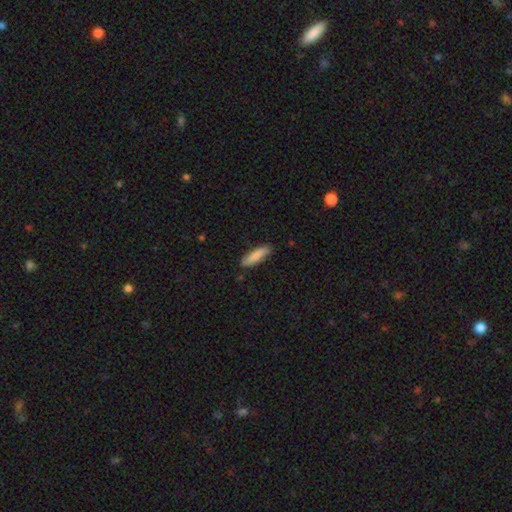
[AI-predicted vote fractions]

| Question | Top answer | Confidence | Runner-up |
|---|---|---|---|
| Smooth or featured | smooth | 85% | featured or disk (10%) |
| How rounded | cigar-shaped | 73% | in between (26%) |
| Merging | none | 87% | minor disturbance (10%) |